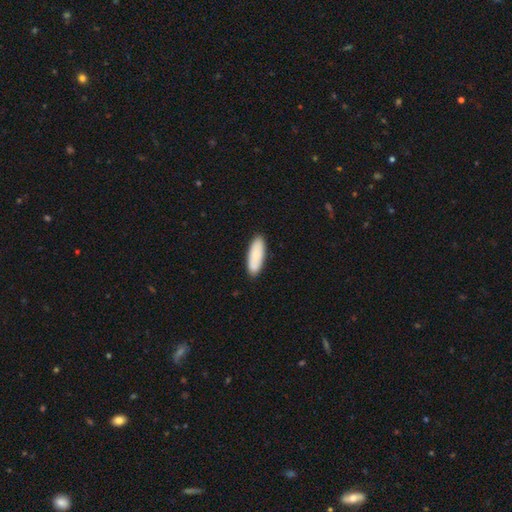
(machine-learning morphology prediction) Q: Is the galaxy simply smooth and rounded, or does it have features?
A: smooth — 87%.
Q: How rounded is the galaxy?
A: in between — 66%.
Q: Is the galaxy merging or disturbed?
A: none — 89%.